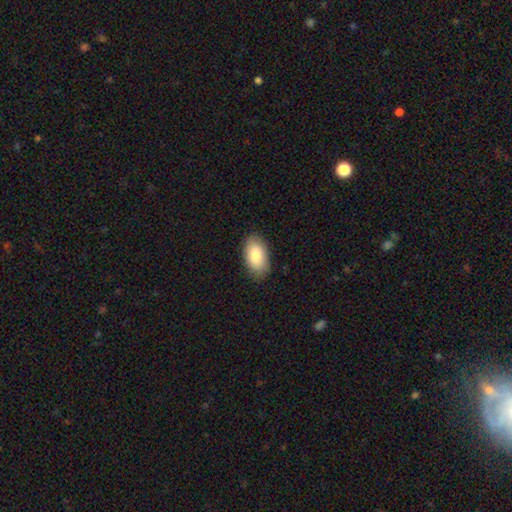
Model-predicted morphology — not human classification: Smooth or featured? Predicted: smooth (p=0.84). How rounded? Predicted: in between (p=0.94). Merging? Predicted: none (p=0.86).